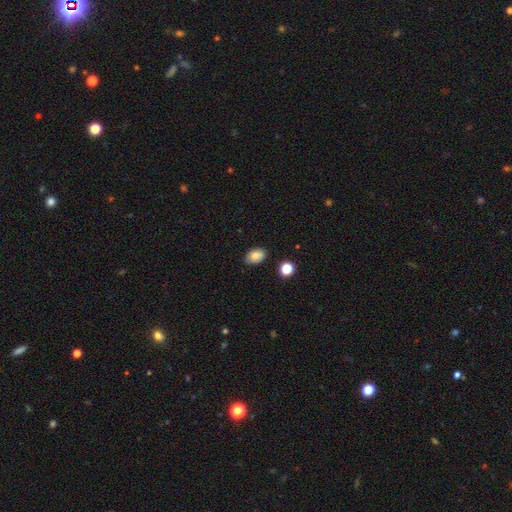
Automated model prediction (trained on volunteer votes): This appears to be a smooth galaxy with no disk features (79%) that is in between round and cigar-shaped (83%). Merging: none (83%).